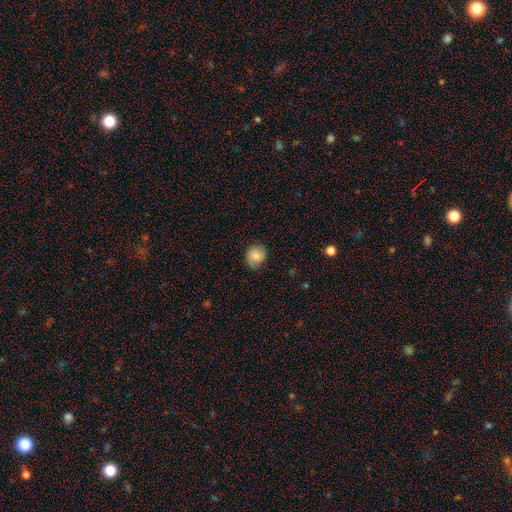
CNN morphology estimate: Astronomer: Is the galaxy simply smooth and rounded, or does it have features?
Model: smooth — 74%.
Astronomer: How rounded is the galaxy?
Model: round — 65%.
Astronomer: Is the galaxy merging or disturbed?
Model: none — 75%.